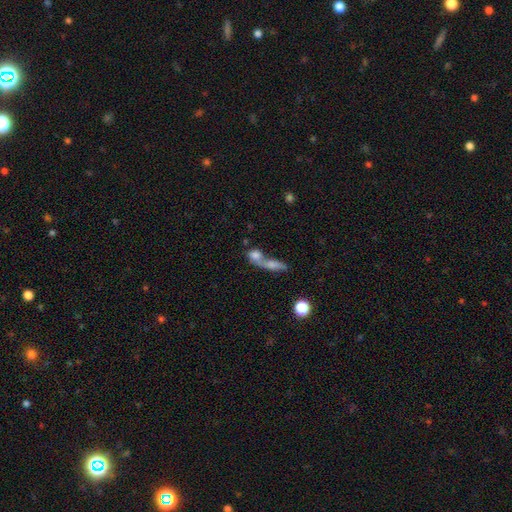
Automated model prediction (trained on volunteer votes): The model was most divided on "how rounded": in between: 47%, round: 34%, cigar-shaped: 19%. More confident: merging — merger (68%); smooth or featured — smooth (66%).